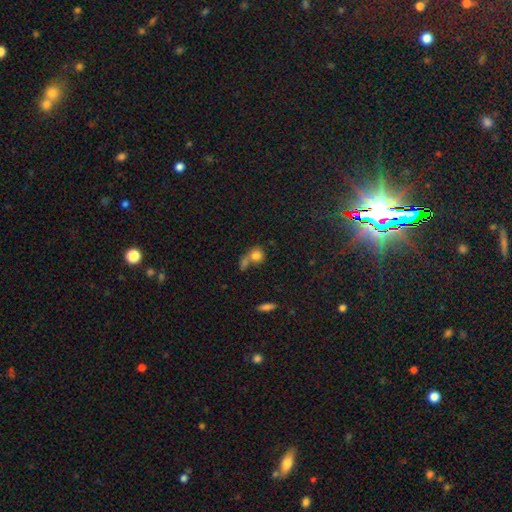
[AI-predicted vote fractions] smooth_or_featured: smooth (p=0.78) [alt: star or artifact p=0.11]
how_rounded: round (p=0.75) [alt: in between p=0.23]
merging: merger (p=0.48) [alt: none p=0.37]